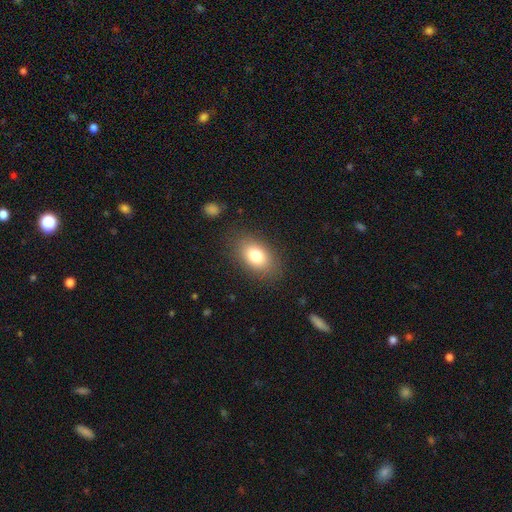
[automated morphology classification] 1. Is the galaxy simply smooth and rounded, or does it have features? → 79% smooth, 11% featured or disk, 9% star or artifact.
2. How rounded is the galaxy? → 84% in between, 15% round, 2% cigar-shaped.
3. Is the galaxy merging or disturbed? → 83% none, 11% minor disturbance, 4% major disturbance, 1% merger.